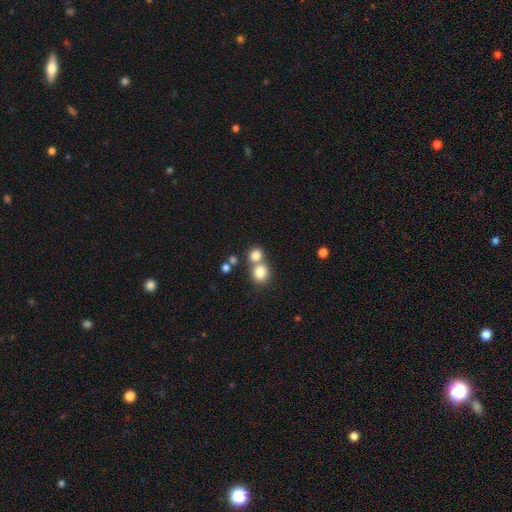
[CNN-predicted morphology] Smooth or featured: smooth — 80% (star or artifact — 11%)
How rounded: round — 76% (in between — 23%)
Merging: merger — 49% (none — 41%)